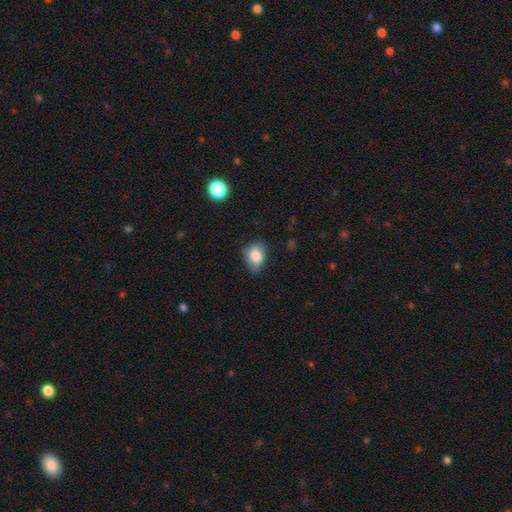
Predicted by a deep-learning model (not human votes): smooth-or-featured: smooth: 79% | featured or disk: 13% | star or artifact: 8%
  how-rounded: in between: 78% | round: 21% | cigar-shaped: 2%
  merging: none: 54% | minor disturbance: 35% | major disturbance: 9% | merger: 2%